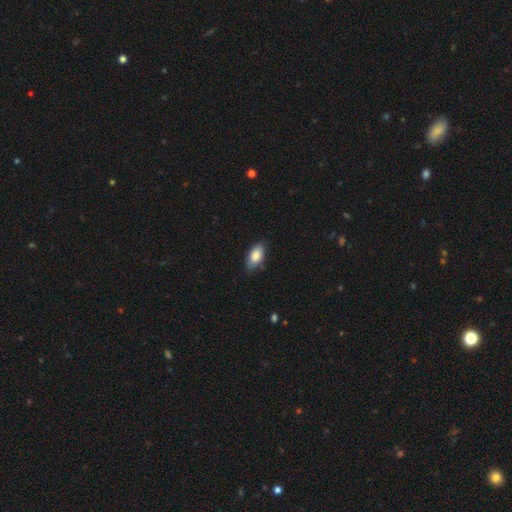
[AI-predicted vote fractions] Smooth or featured?
  - smooth: 83% *
  - featured or disk: 10%
  - star or artifact: 7%
How rounded?
  - in between: 92% *
  - cigar-shaped: 4%
  - round: 3%
Merging?
  - none: 78% *
  - minor disturbance: 18%
  - major disturbance: 3%
  - merger: 1%